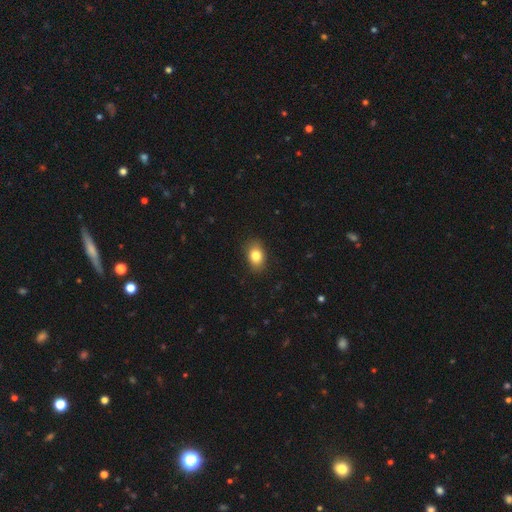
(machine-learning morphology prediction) Smooth or featured? Predicted: smooth (p=0.82). How rounded? Predicted: in between (p=0.76). Merging? Predicted: none (p=0.86).